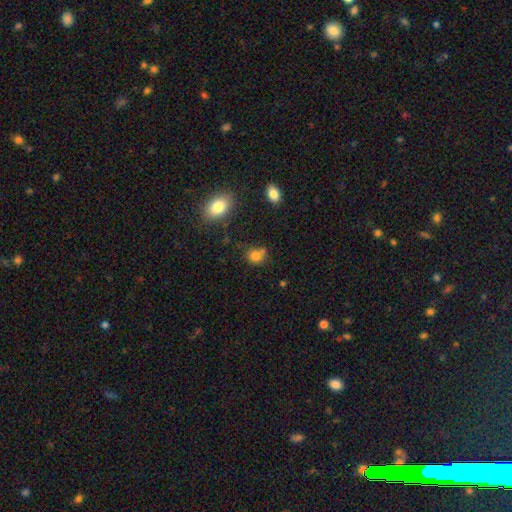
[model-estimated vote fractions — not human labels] Smooth or featured? Predicted: smooth (p=0.79). How rounded? Predicted: round (p=0.63). Merging? Predicted: none (p=0.55).